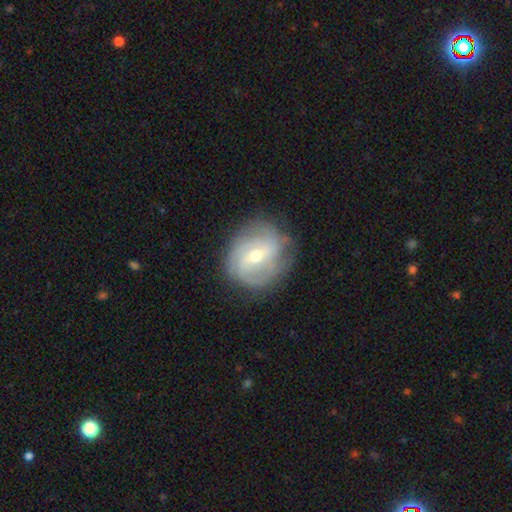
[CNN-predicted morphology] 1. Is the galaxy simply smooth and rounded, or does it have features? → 74% featured or disk, 19% smooth, 7% star or artifact.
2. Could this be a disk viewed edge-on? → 97% no, 3% yes.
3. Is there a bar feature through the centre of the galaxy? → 51% weak, 29% no, 20% strong.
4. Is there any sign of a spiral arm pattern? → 87% yes, 13% no.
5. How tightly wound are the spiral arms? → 44% tight, 39% medium, 17% loose.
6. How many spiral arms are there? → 37% 2, 30% can't tell, 18% 3, 6% 4, 5% 1, 4% more than 4.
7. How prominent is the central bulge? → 53% moderate, 43% small, 2% large, 1% none, 1% dominant.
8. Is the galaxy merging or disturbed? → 73% none, 19% minor disturbance, 7% major disturbance, 1% merger.